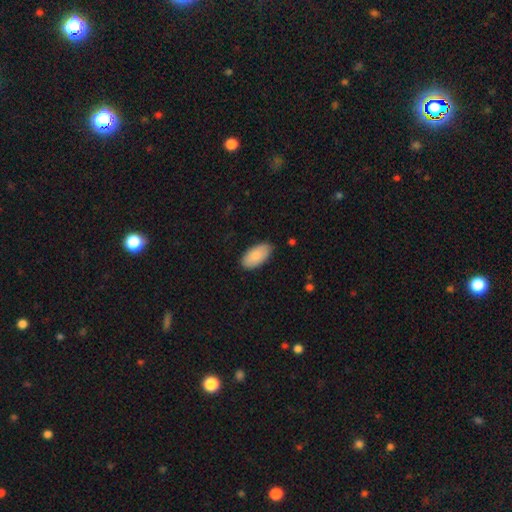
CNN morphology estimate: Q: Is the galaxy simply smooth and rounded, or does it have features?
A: smooth — 86%.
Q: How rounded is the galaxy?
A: in between — 95%.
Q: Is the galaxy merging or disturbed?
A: none — 81%.